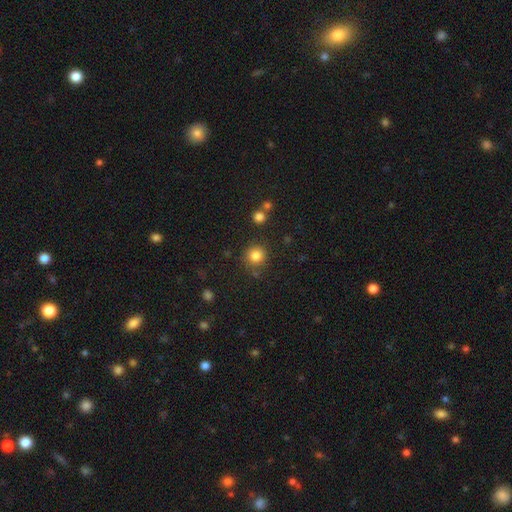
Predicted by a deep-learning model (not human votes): This appears to be a smooth galaxy with no disk features (83%) that is round (92%). Merging: none (81%).